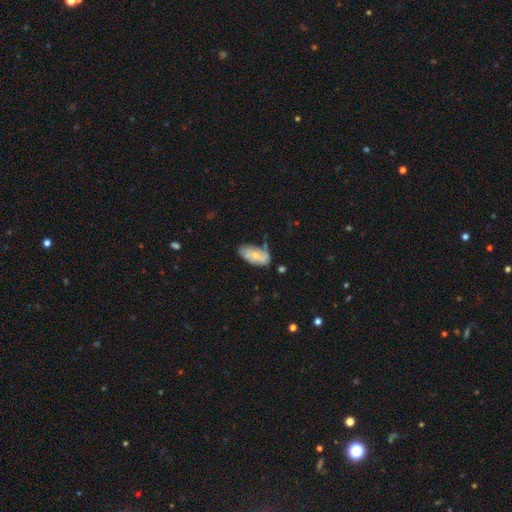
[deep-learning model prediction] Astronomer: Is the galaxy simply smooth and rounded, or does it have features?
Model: smooth — 57% (runner-up: featured or disk, 36%).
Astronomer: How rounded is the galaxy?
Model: in between — 92%.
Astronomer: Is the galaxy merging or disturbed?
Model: none — 44% (runner-up: minor disturbance, 35%).